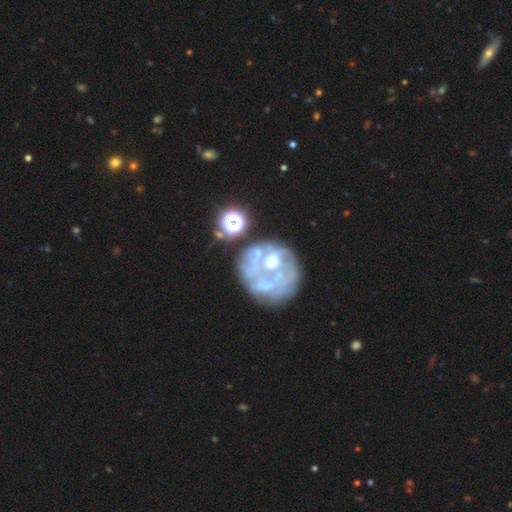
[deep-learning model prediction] This is likely a featured or disk galaxy (65%). It is clearly not viewed edge-on (98%). Bar: clearly no (85%). Spiral arm pattern: likely no (78%). Central bulge: marginally moderate (42%). Merging: marginally none (43%).